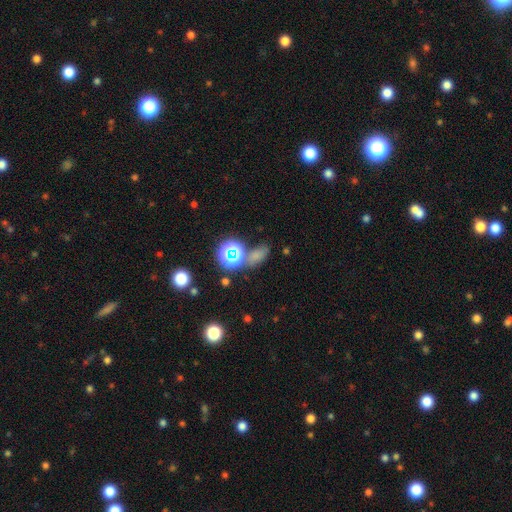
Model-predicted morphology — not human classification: The model was most divided on "smooth or featured": smooth: 57%, star or artifact: 33%, featured or disk: 10%. More confident: how rounded — in between (68%); merging — none (60%).